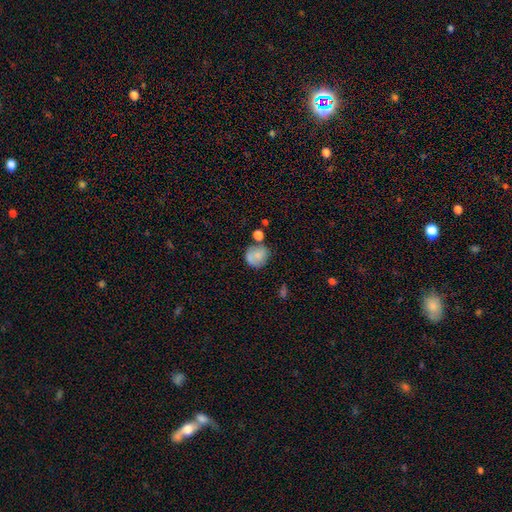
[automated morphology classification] Smooth or featured: smooth — 70% (featured or disk — 21%)
How rounded: round — 77% (in between — 22%)
Merging: none — 52% (minor disturbance — 22%)